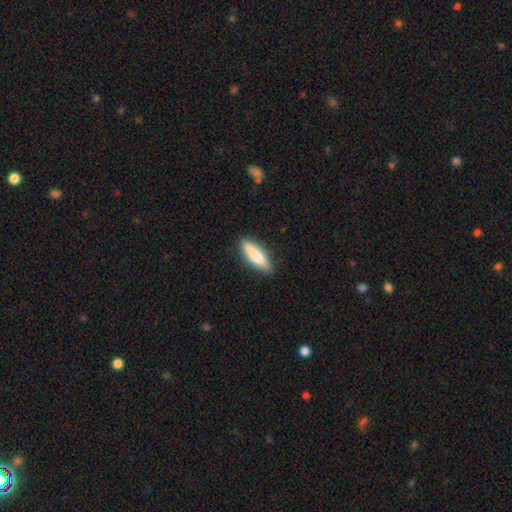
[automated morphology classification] Q: Smooth or featured?
A: smooth (73%); runner-up: featured or disk (21%)
Q: How rounded?
A: cigar-shaped (54%); runner-up: in between (44%)
Q: Merging?
A: none (79%); runner-up: minor disturbance (16%)